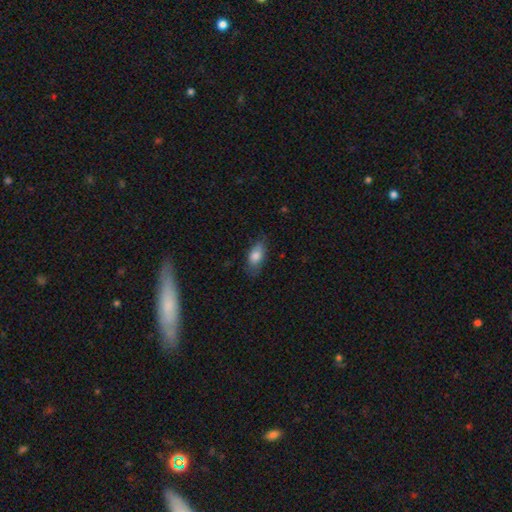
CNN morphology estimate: Overall: smooth (79%). How rounded: in between (86%). Merging: none (70%).